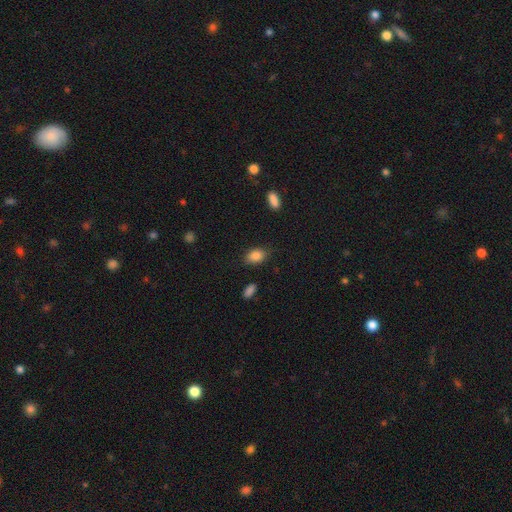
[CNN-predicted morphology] type=smooth (86%); roundness=in between (79%); merging=none (80%).